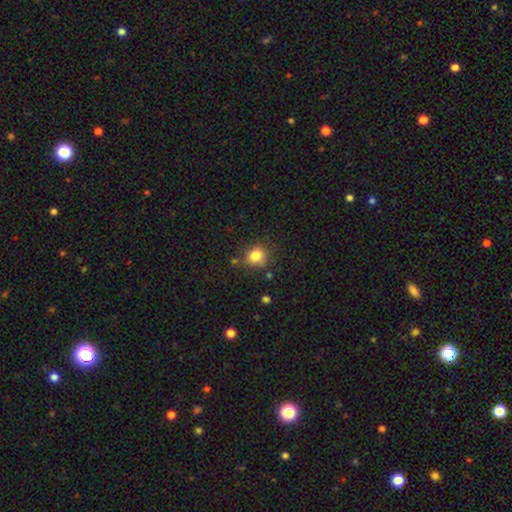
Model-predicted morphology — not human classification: smooth-or-featured: smooth: 82% | star or artifact: 12% | featured or disk: 6%
  how-rounded: round: 72% | in between: 27% | cigar-shaped: 1%
  merging: none: 71% | minor disturbance: 18% | merger: 6% | major disturbance: 5%